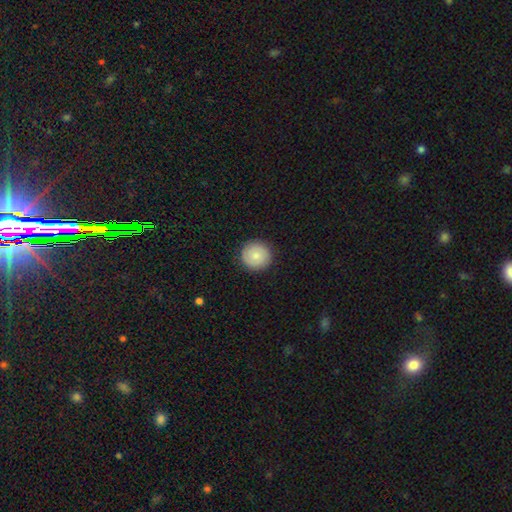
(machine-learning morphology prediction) Smooth or featured? Predicted: smooth (p=0.75). How rounded? Predicted: round (p=0.95). Merging? Predicted: none (p=0.91).